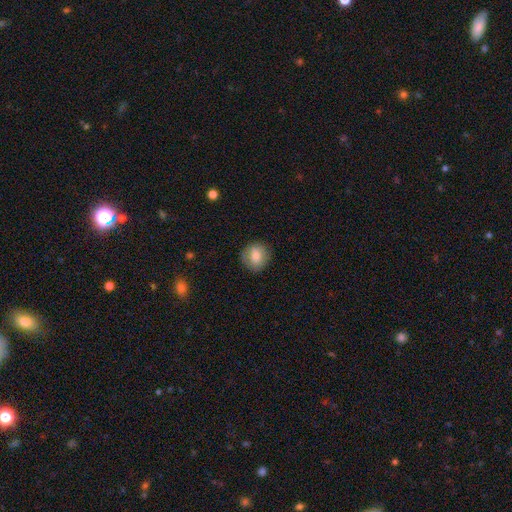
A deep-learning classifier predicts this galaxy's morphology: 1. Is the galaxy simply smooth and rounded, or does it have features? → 79% smooth, 14% featured or disk, 8% star or artifact.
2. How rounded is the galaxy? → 80% round, 19% in between, 1% cigar-shaped.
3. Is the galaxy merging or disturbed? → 82% none, 13% minor disturbance, 4% major disturbance, 1% merger.